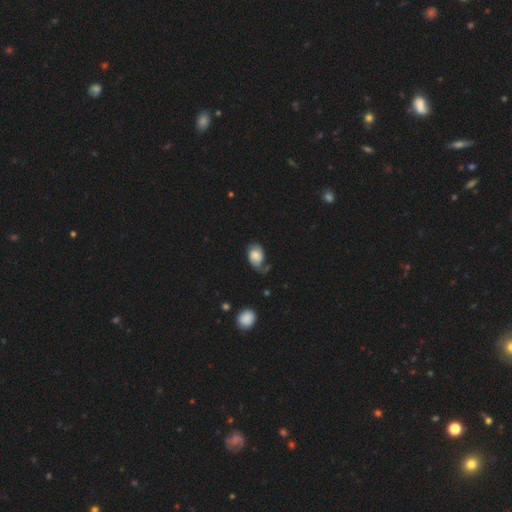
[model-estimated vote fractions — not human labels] Smooth or featured?
  - smooth: 55% *
  - featured or disk: 37%
  - star or artifact: 8%
How rounded?
  - in between: 75% *
  - round: 24%
  - cigar-shaped: 1%
Merging?
  - none: 35% *
  - minor disturbance: 34%
  - major disturbance: 25%
  - merger: 6%